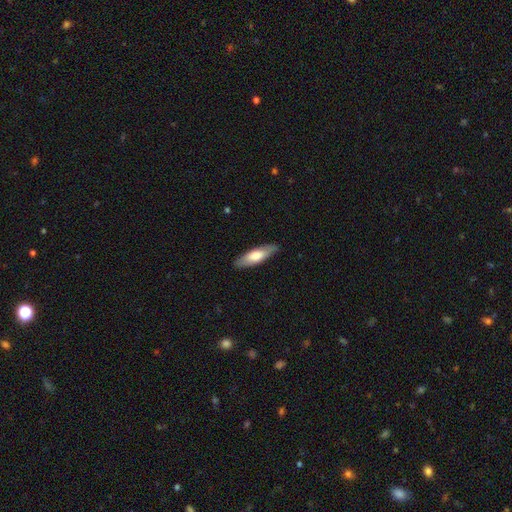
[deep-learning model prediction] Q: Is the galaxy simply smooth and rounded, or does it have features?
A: smooth — 65%.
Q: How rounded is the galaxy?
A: cigar-shaped — 55%.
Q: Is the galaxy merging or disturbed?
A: none — 87%.